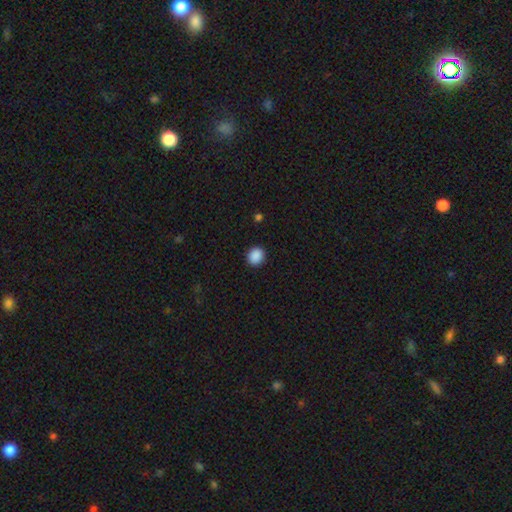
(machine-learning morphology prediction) This is clearly a smooth galaxy (89%). How rounded: likely round (77%). Merging: clearly none (91%).